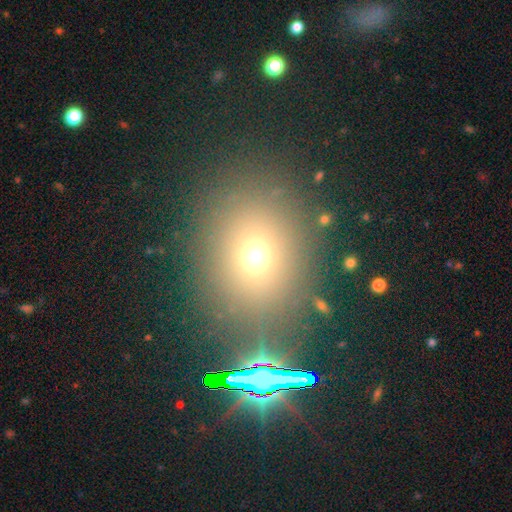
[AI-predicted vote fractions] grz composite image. It shows a smooth galaxy with no disk features (68%) that is round (65%). Merging: none (71%).